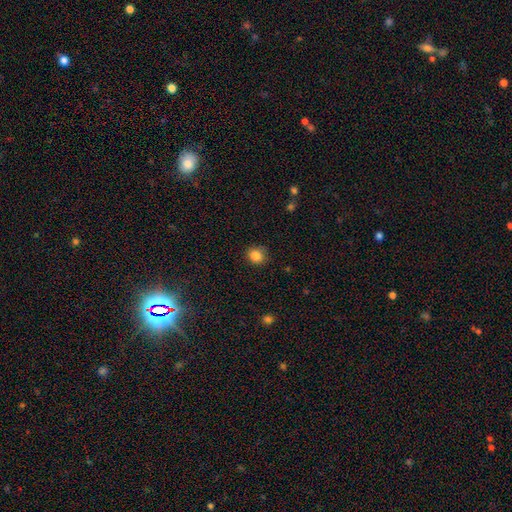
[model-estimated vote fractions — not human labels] smooth 86%, star or artifact 10%, featured or disk 4%. Down the decision tree: how rounded — round (79%); merging — none (84%).